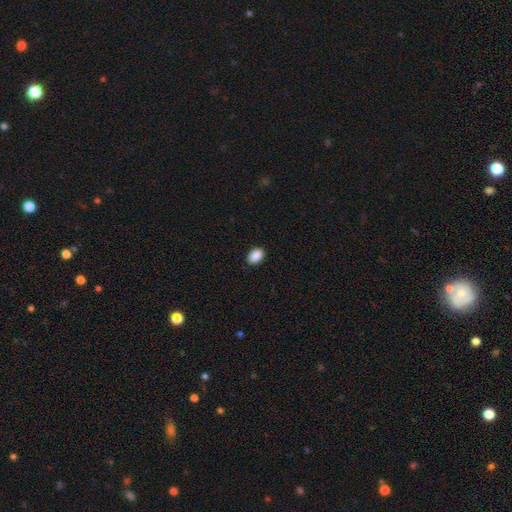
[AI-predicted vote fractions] This appears to be a smooth galaxy with no disk features (90%) that is in between round and cigar-shaped (86%). Merging: none (89%).